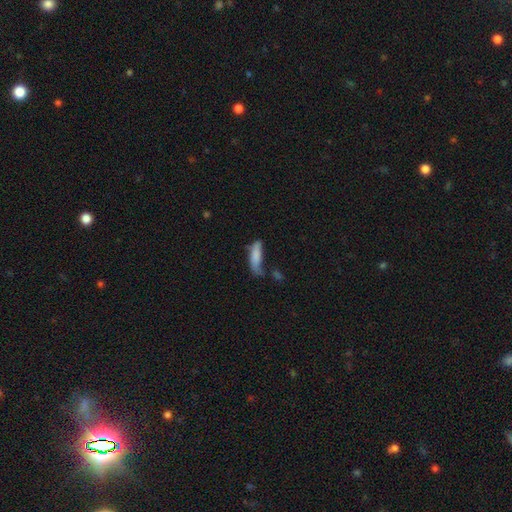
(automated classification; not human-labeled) Smooth or featured: smooth — 77% (featured or disk — 15%)
How rounded: cigar-shaped — 51% (in between — 47%)
Merging: none — 36% (minor disturbance — 28%)